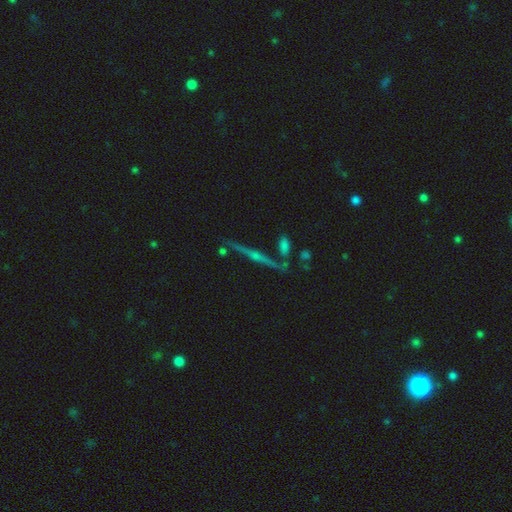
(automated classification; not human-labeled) Smooth or featured? Predicted: featured or disk (p=0.80). Edge-on disk? Predicted: yes (p=0.97). Edge-on bulge? Predicted: rounded (p=0.83). Merging? Predicted: none (p=0.82).